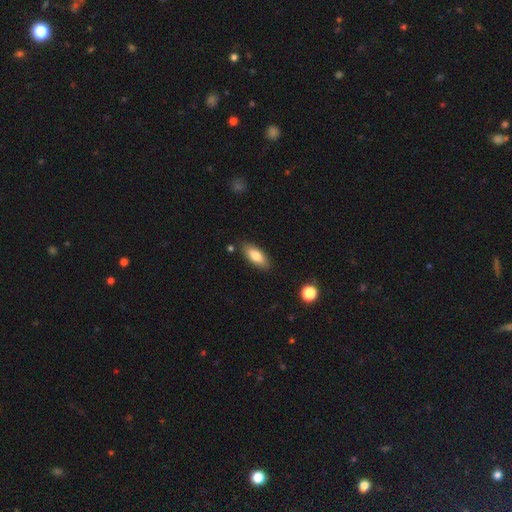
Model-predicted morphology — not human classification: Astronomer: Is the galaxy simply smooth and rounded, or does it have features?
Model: smooth — 79%.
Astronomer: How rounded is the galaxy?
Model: in between — 79%.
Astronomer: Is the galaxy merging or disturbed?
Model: none — 85%.